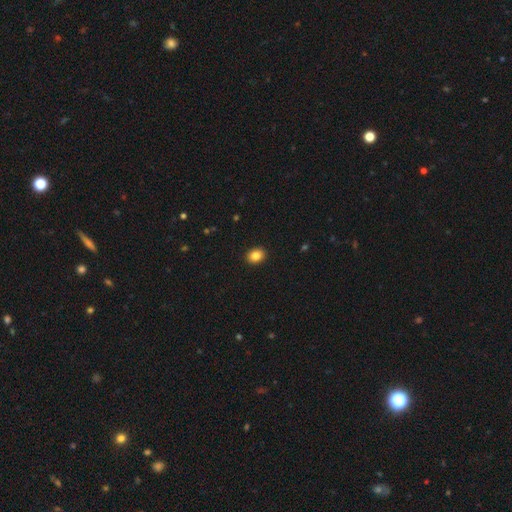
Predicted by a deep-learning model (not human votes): Smooth or featured: smooth — 85% (star or artifact — 10%)
How rounded: in between — 50% (round — 49%)
Merging: none — 91% (minor disturbance — 6%)